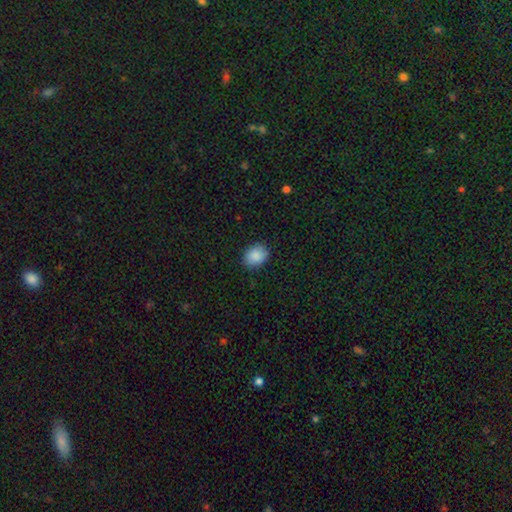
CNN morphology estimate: smooth 88%, star or artifact 8%, featured or disk 4%. Down the decision tree: how rounded — in between (55%); merging — none (85%).